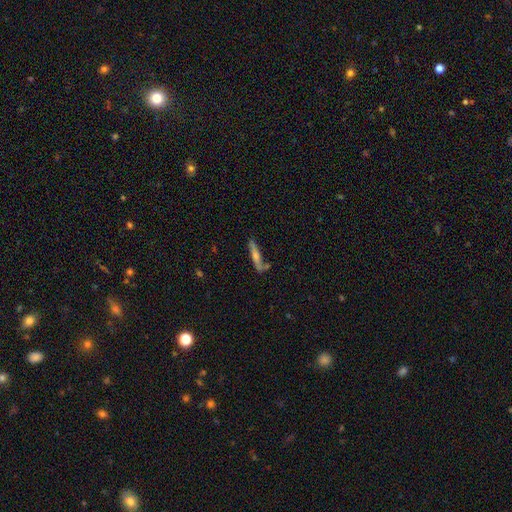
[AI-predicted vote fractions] Smooth or featured? Predicted: featured or disk (p=0.56). Edge-on disk? Predicted: yes (p=0.87). Merging? Predicted: none (p=0.70).